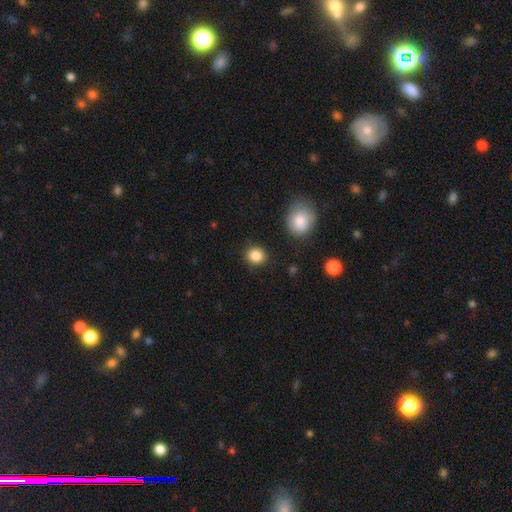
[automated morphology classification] Overall: smooth (86%). How rounded: round (75%). Merging: none (88%).